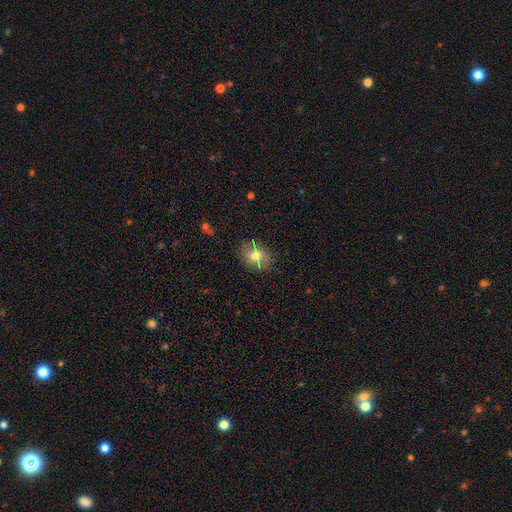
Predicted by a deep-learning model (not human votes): This is likely a smooth galaxy (71%). How rounded: possibly in between (54%). Merging: clearly none (82%).